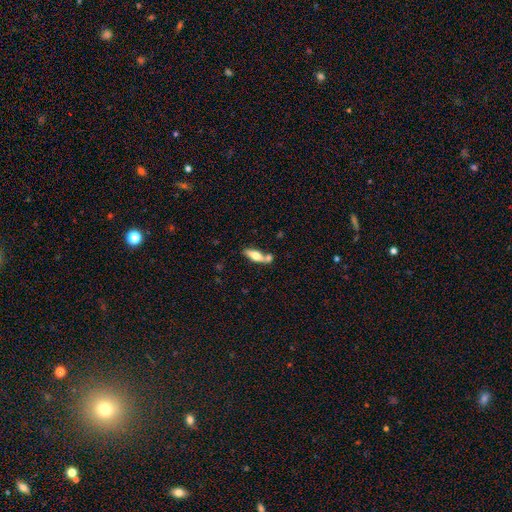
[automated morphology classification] smooth-or-featured: smooth: 58% | featured or disk: 35% | star or artifact: 7%
  how-rounded: in between: 55% | cigar-shaped: 42% | round: 3%
  merging: none: 51% | merger: 30% | minor disturbance: 14% | major disturbance: 5%